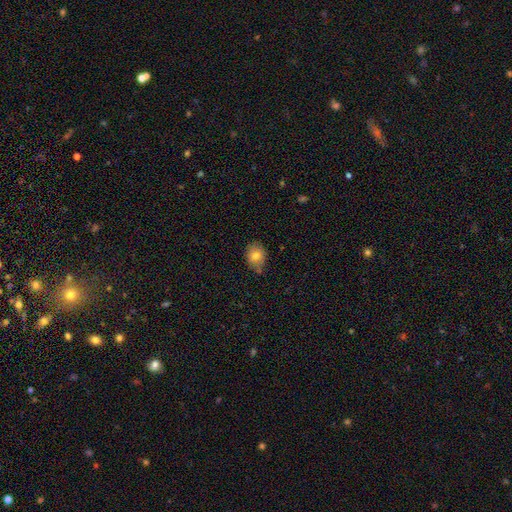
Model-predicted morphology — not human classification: smooth-or-featured: smooth: 80% | featured or disk: 11% | star or artifact: 9%
  how-rounded: in between: 53% | round: 46% | cigar-shaped: 1%
  merging: none: 69% | minor disturbance: 23% | major disturbance: 4% | merger: 4%